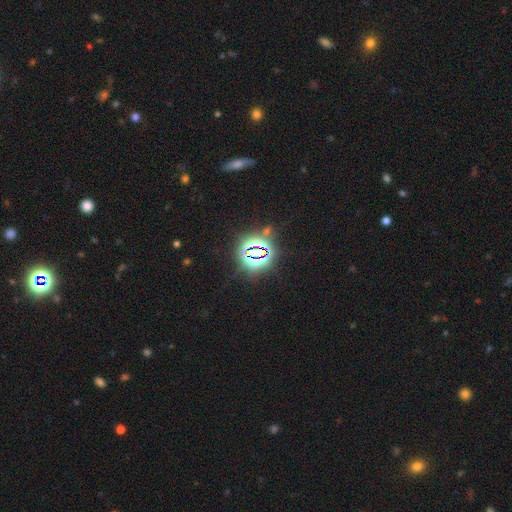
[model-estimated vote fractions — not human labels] Smooth or featured? star or artifact (80%)